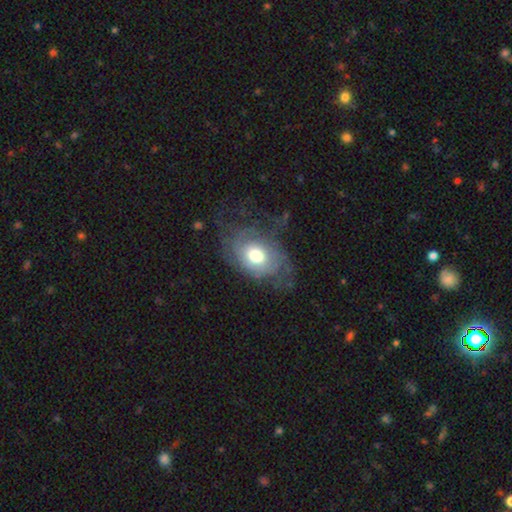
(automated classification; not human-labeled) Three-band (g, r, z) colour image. It shows a featured or disk galaxy (70%) with no bar (81%), tight (48%) spiral arms (83%) and a moderate central bulge (51%). Merging: none (54%).